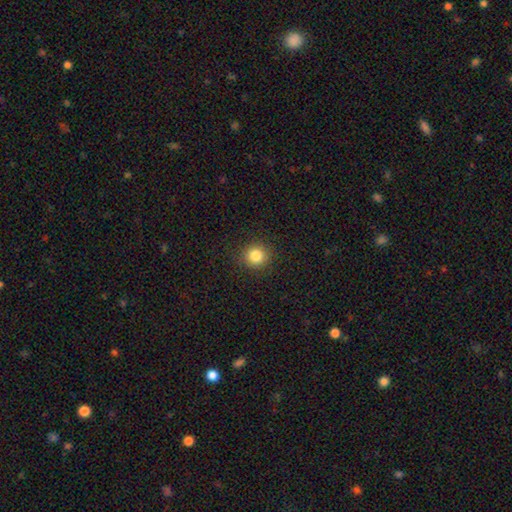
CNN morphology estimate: Smooth or featured? smooth (83%)
How rounded? round (91%)
Merging? none (90%)